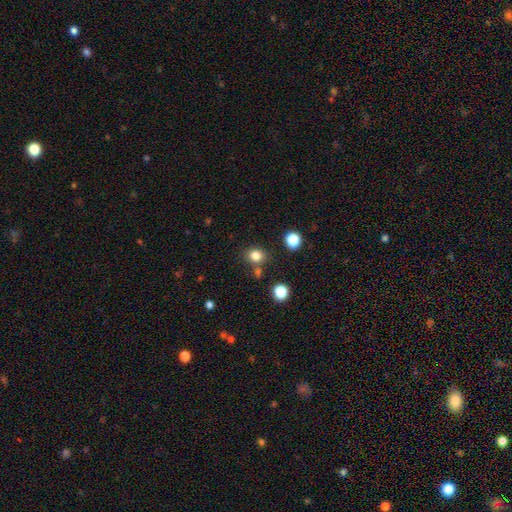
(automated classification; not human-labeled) A smooth galaxy with no disk features (80%) that is round (73%).

Vote fractions:
- Smooth or featured? smooth: 80% / star or artifact: 14% / featured or disk: 6%
- How rounded? round: 73% / in between: 26% / cigar-shaped: 1%
- Merging? none: 76% / minor disturbance: 11% / merger: 10% / major disturbance: 4%